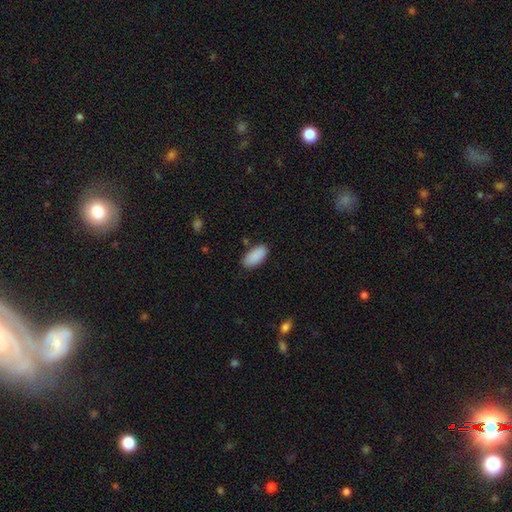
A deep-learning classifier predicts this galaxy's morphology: Smooth or featured?
  - smooth: 90% *
  - star or artifact: 6%
  - featured or disk: 4%
How rounded?
  - in between: 91% *
  - cigar-shaped: 7%
  - round: 2%
Merging?
  - none: 84% *
  - minor disturbance: 11%
  - major disturbance: 3%
  - merger: 2%